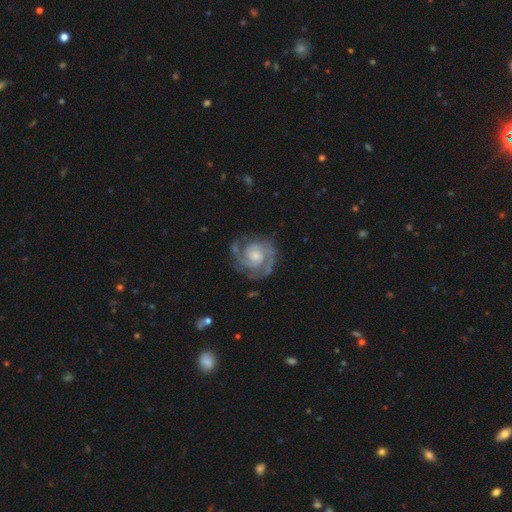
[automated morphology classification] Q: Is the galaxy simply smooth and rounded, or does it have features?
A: featured or disk — 91%.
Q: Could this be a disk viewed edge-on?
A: no — 98%.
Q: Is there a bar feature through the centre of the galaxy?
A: no — 66%.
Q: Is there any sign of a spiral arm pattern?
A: yes — 98%.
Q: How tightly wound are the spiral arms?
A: tight — 66%.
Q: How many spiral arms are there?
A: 2 — 55%.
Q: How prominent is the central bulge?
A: moderate — 47%.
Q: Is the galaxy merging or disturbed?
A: none — 76%.